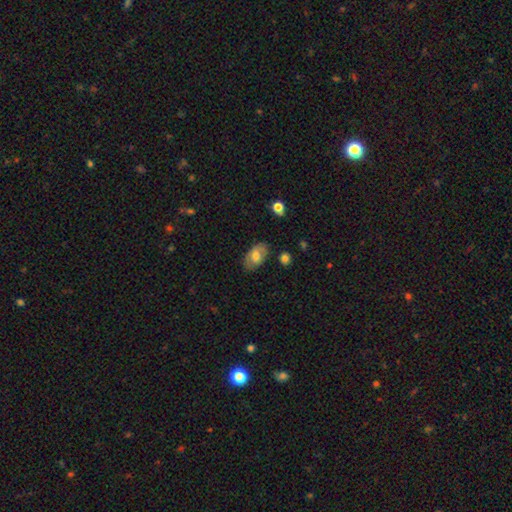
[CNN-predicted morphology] This appears to be a smooth galaxy with no disk features (64%) that is in between round and cigar-shaped (92%). Merging: none (76%).